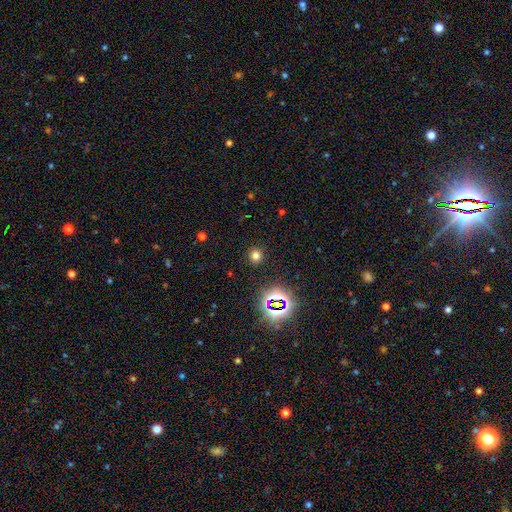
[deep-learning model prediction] A smooth galaxy with no disk features (70%) that is round (91%).

Vote fractions:
- Smooth or featured? smooth: 70% / star or artifact: 24% / featured or disk: 6%
- How rounded? round: 91% / in between: 8% / cigar-shaped: 1%
- Merging? none: 90% / minor disturbance: 6% / major disturbance: 3% / merger: 1%